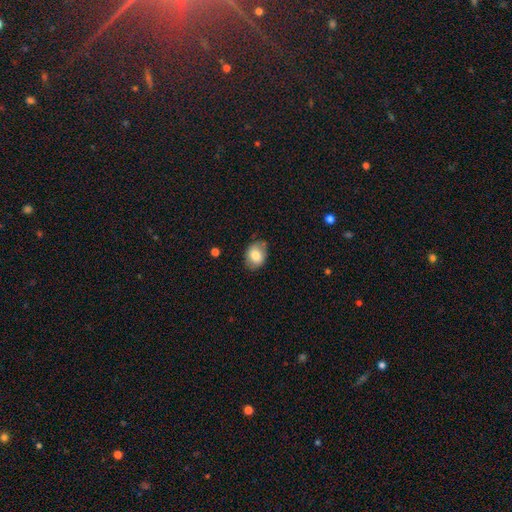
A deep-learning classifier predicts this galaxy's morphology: type=smooth (78%); roundness=in between (61%); merging=none (77%).